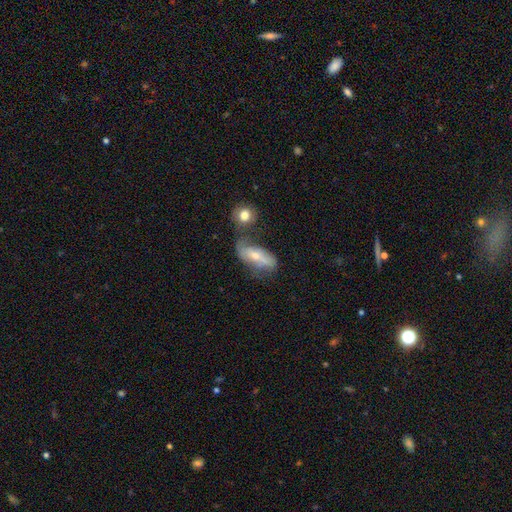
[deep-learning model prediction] This is possibly a featured or disk galaxy (51%). It is likely not viewed edge-on (77%). Merging: marginally none (35%).